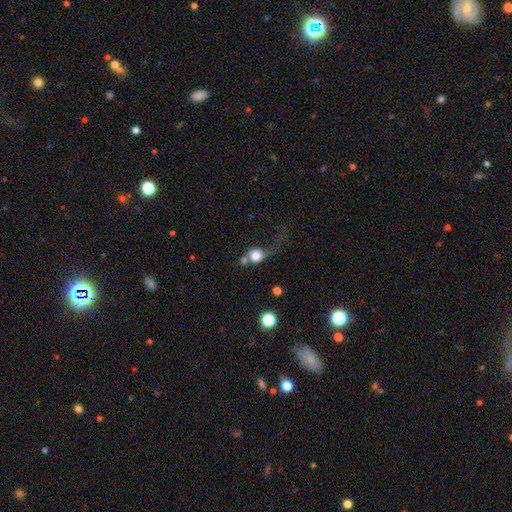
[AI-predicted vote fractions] This is likely a smooth galaxy (72%). How rounded: likely round (76%). Merging: marginally major disturbance (35%).